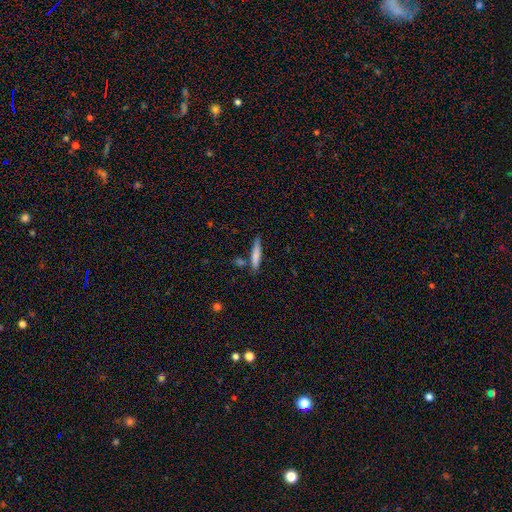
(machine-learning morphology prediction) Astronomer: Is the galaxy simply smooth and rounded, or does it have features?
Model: smooth — 75%.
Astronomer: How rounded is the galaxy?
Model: cigar-shaped — 90%.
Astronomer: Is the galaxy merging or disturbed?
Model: none — 77%.